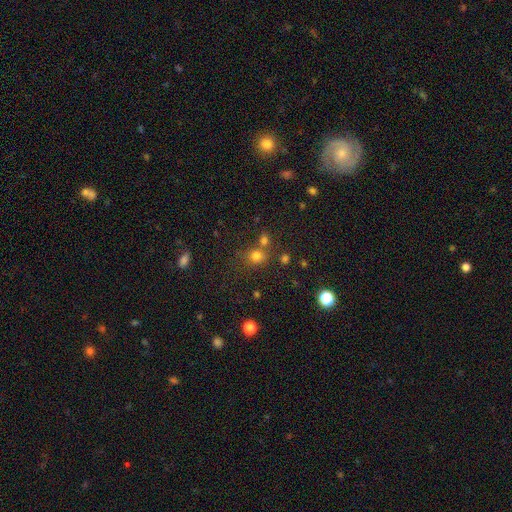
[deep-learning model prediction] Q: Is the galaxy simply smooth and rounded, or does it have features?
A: smooth — 74%.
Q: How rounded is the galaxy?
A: round — 75%.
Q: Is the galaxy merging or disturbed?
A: none — 60%.